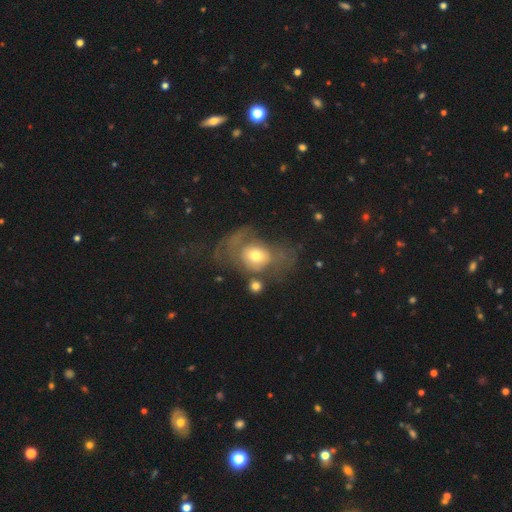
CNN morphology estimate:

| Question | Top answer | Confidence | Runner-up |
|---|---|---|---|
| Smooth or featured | featured or disk | 46% | smooth (44%) |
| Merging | major disturbance | 46% | none (26%) |